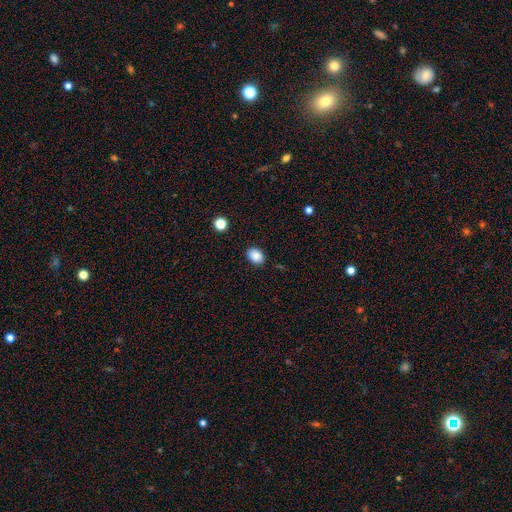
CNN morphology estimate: Smooth or featured? Predicted: smooth (p=0.87). How rounded? Predicted: in between (p=0.73). Merging? Predicted: none (p=0.85).